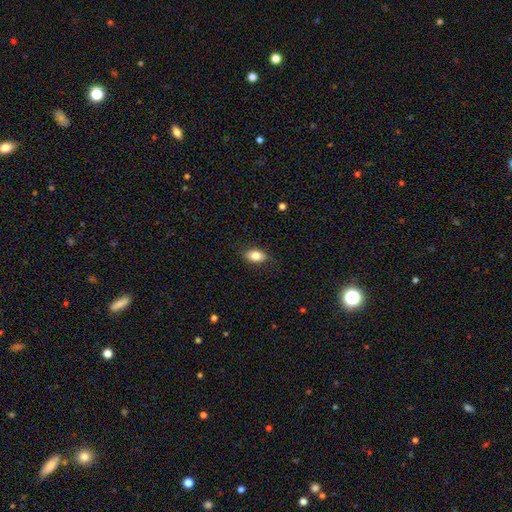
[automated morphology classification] type=smooth (81%); roundness=in between (89%); merging=none (86%).